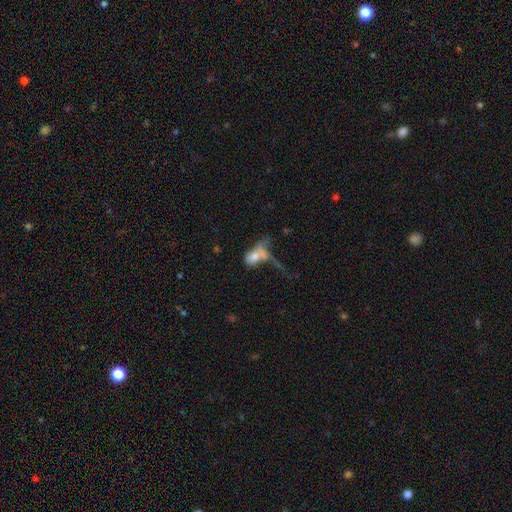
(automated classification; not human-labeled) The model was most divided on "merging": merger: 38%, major disturbance: 35%, none: 16%, minor disturbance: 10%. More confident: how rounded — in between (79%); smooth or featured — smooth (55%).